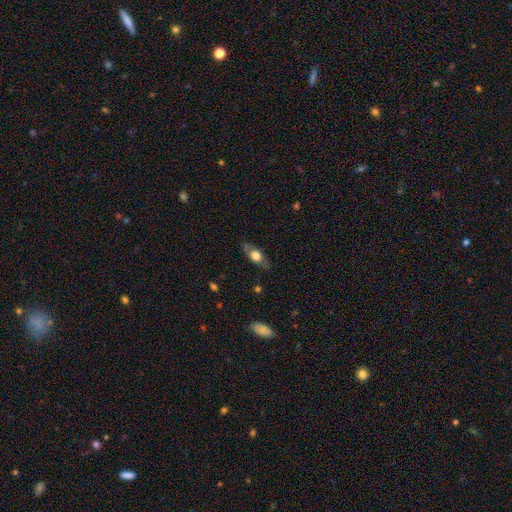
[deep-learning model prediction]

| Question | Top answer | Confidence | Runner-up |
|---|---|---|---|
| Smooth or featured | smooth | 53% | featured or disk (40%) |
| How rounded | in between | 69% | cigar-shaped (21%) |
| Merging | none | 78% | minor disturbance (16%) |